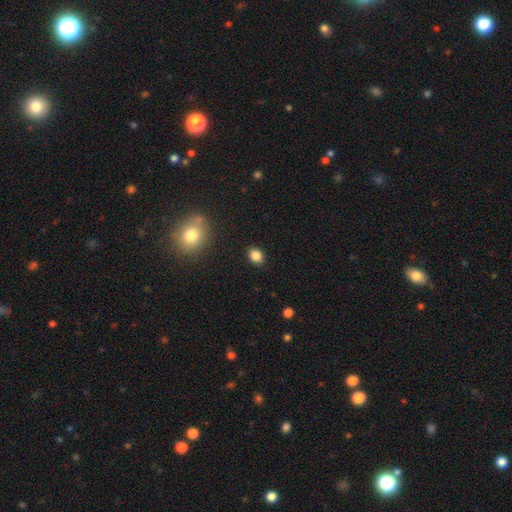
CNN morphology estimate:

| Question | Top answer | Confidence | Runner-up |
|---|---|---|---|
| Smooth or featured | smooth | 85% | star or artifact (10%) |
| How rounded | in between | 58% | round (41%) |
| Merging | none | 89% | minor disturbance (8%) |